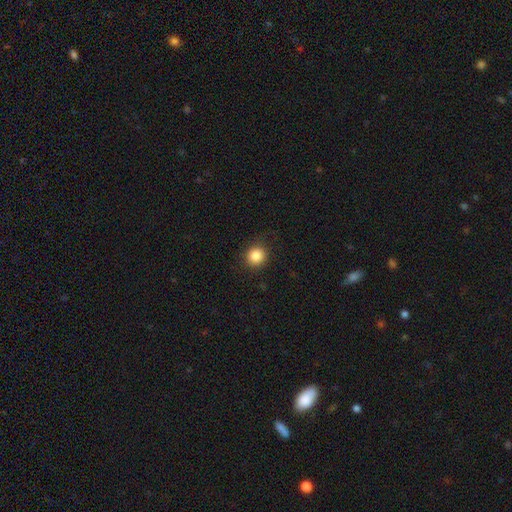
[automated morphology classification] smooth_or_featured: smooth (p=0.86) [alt: star or artifact p=0.10]
how_rounded: round (p=0.89) [alt: in between p=0.10]
merging: none (p=0.89) [alt: minor disturbance p=0.08]